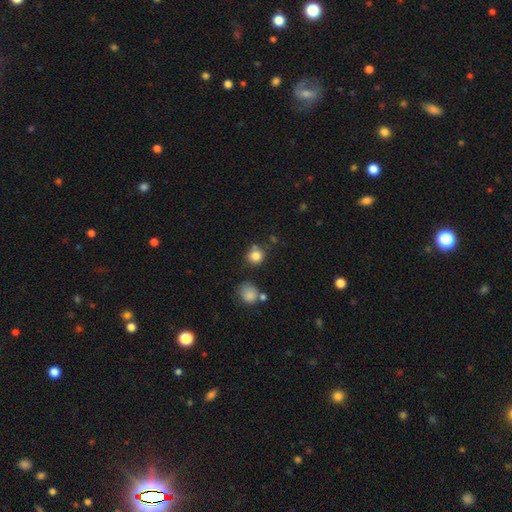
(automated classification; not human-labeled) Smooth or featured?
  - smooth: 82% *
  - star or artifact: 12%
  - featured or disk: 6%
How rounded?
  - round: 85% *
  - in between: 14%
  - cigar-shaped: 1%
Merging?
  - none: 69% *
  - minor disturbance: 15%
  - merger: 11%
  - major disturbance: 5%